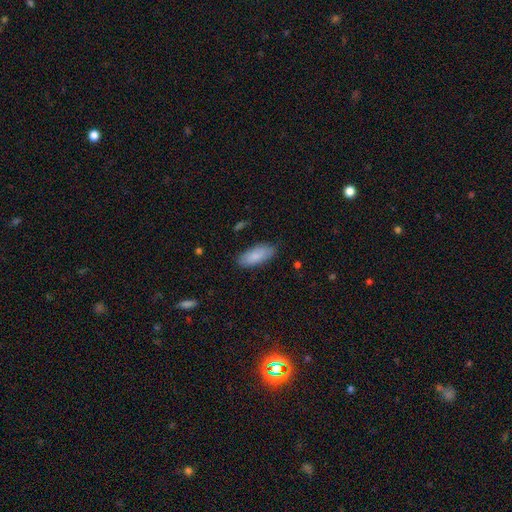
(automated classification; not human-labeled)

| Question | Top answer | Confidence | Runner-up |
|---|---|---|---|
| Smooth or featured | smooth | 86% | featured or disk (8%) |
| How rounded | in between | 81% | cigar-shaped (17%) |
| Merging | none | 84% | minor disturbance (12%) |